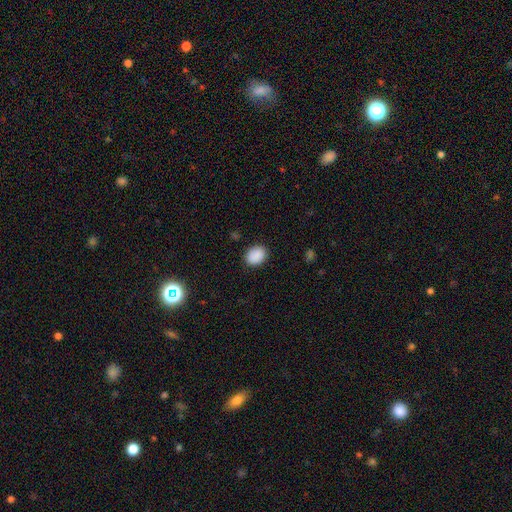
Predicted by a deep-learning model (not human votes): This is clearly a smooth galaxy (89%). How rounded: likely in between (63%). Merging: clearly none (87%).